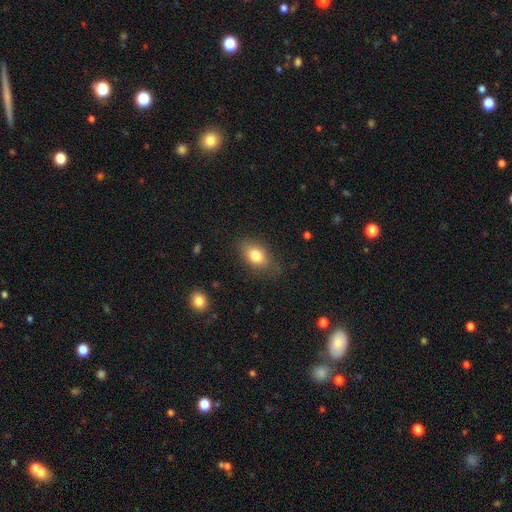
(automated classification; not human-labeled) Smooth or featured?
  - smooth: 79% *
  - featured or disk: 12%
  - star or artifact: 9%
How rounded?
  - in between: 85% *
  - round: 11%
  - cigar-shaped: 4%
Merging?
  - none: 77% *
  - minor disturbance: 17%
  - major disturbance: 5%
  - merger: 1%